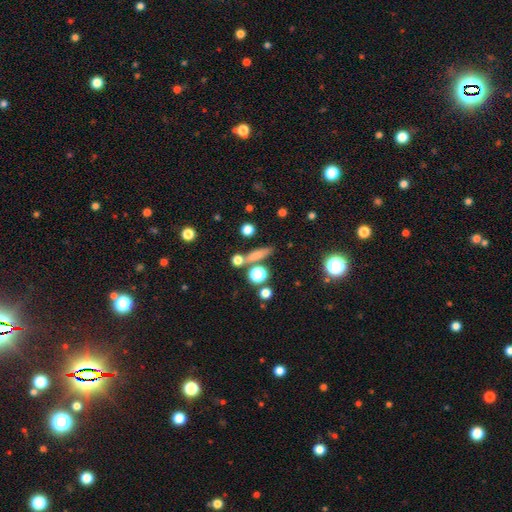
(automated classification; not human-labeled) Q: Smooth or featured?
A: smooth (67%); runner-up: featured or disk (17%)
Q: How rounded?
A: cigar-shaped (56%); runner-up: in between (23%)
Q: Merging?
A: none (70%); runner-up: merger (14%)